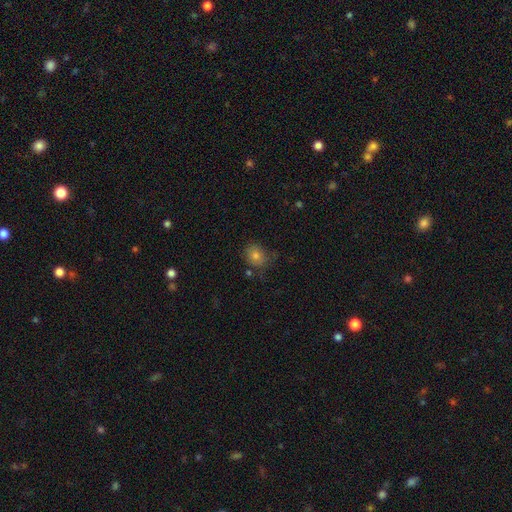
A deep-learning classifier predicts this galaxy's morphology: Smooth or featured?
  - smooth: 75% *
  - star or artifact: 15%
  - featured or disk: 10%
How rounded?
  - round: 61% *
  - in between: 38%
  - cigar-shaped: 1%
Merging?
  - none: 75% *
  - minor disturbance: 17%
  - major disturbance: 5%
  - merger: 4%